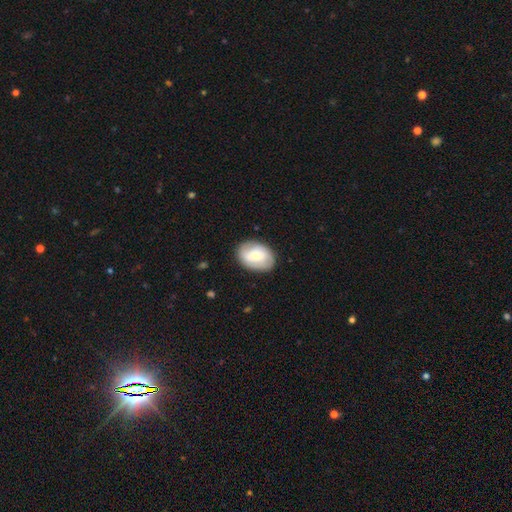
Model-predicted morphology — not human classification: type=smooth (49%); merging=none (82%).